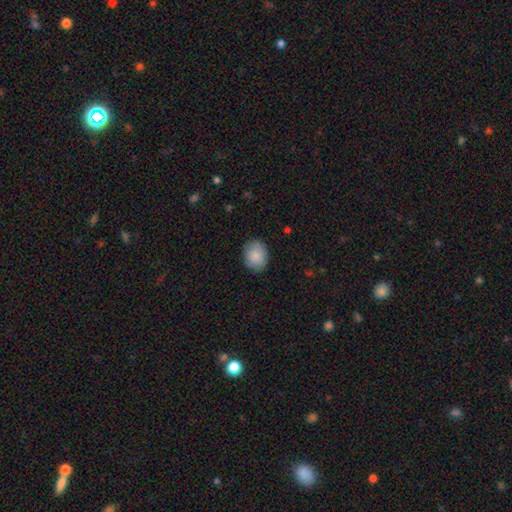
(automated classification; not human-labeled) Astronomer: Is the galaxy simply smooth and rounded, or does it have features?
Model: smooth — 88%.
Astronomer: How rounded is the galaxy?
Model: round — 50% (runner-up: in between, 49%).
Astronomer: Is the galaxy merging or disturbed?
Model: none — 85%.